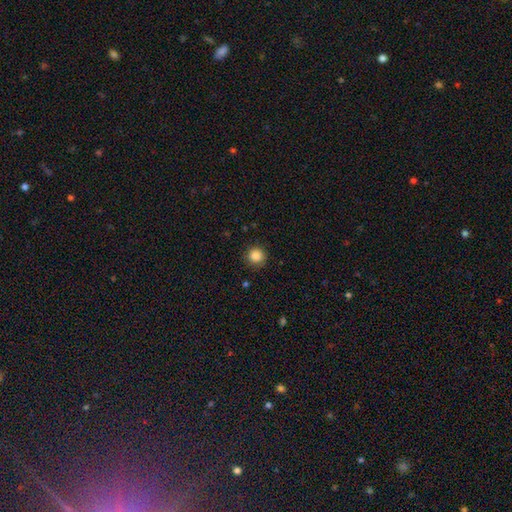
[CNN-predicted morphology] smooth_or_featured: smooth (p=0.86) [alt: star or artifact p=0.10]
how_rounded: round (p=0.93) [alt: in between p=0.06]
merging: none (p=0.88) [alt: minor disturbance p=0.09]